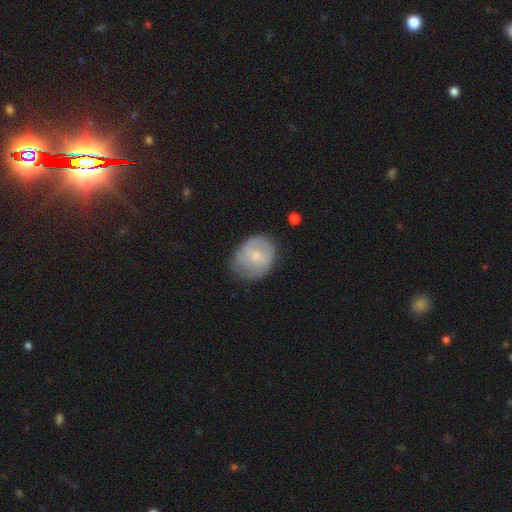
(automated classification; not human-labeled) Morphology: type=smooth (53%); roundness=round (55%); merging=none (60%).